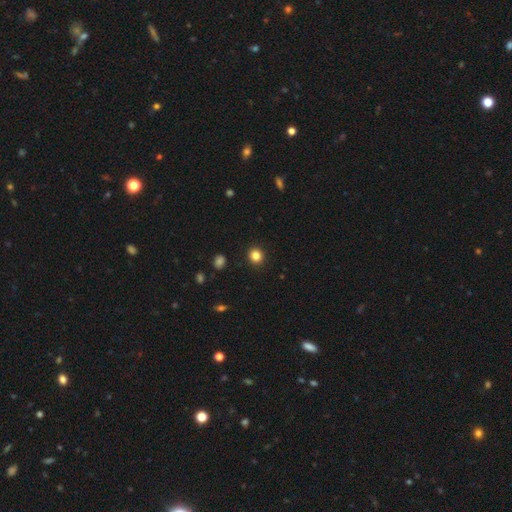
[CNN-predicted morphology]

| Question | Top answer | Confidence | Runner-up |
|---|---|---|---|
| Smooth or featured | smooth | 84% | star or artifact (12%) |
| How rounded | round | 86% | in between (13%) |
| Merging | none | 92% | minor disturbance (5%) |